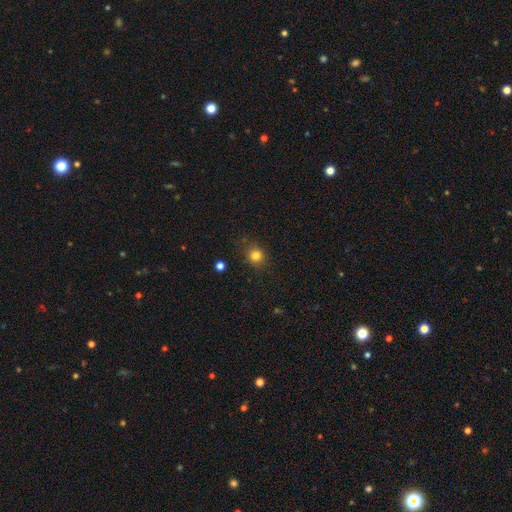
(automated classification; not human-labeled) smooth-or-featured: smooth: 81% | star or artifact: 13% | featured or disk: 5%
  how-rounded: round: 87% | in between: 12% | cigar-shaped: 1%
  merging: none: 84% | minor disturbance: 11% | major disturbance: 3% | merger: 2%